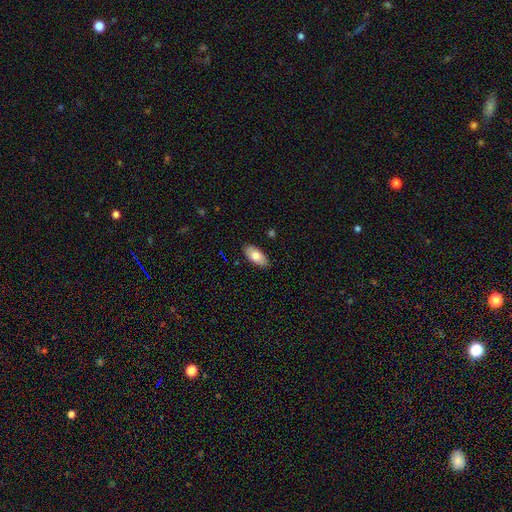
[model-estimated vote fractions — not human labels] Smooth or featured? smooth (80%)
How rounded? in between (92%)
Merging? none (87%)